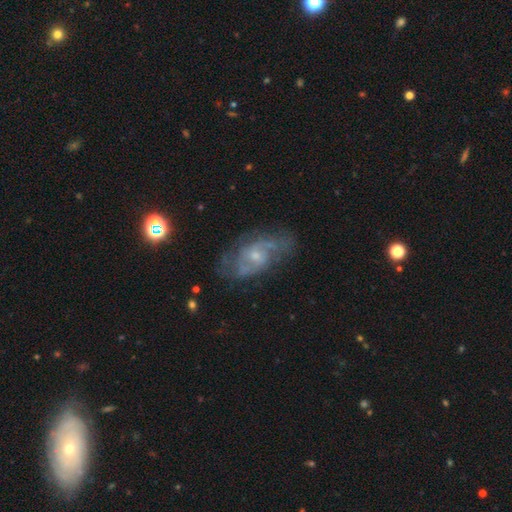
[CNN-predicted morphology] Overall: featured or disk (76%). Edge-on disk: no (95%). Bar: no (64%; weak 32%). Spiral arms: yes (84%). Spiral arm count: 2 (56%; can't tell 28%). Spiral winding: medium (47%; tight 29%). Bulge size: small (62%; moderate 31%). Merging: none (63%).